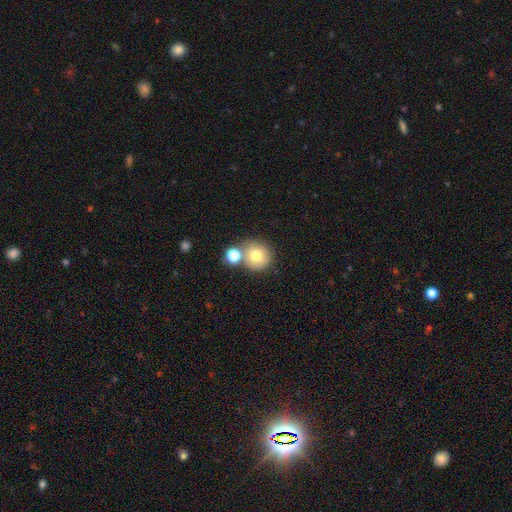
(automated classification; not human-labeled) Smooth or featured?
  - smooth: 75% *
  - featured or disk: 13%
  - star or artifact: 11%
How rounded?
  - round: 91% *
  - in between: 8%
  - cigar-shaped: 1%
Merging?
  - none: 62% *
  - merger: 26%
  - minor disturbance: 9%
  - major disturbance: 3%